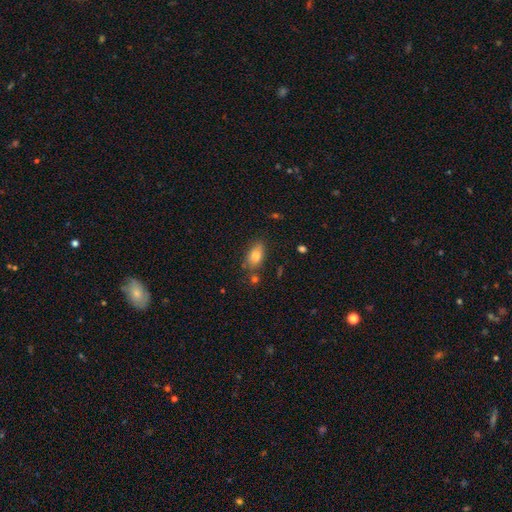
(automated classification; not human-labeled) smooth_or_featured: smooth (p=0.80) [alt: featured or disk p=0.12]
how_rounded: in between (p=0.86) [alt: round p=0.08]
merging: none (p=0.71) [alt: minor disturbance p=0.18]